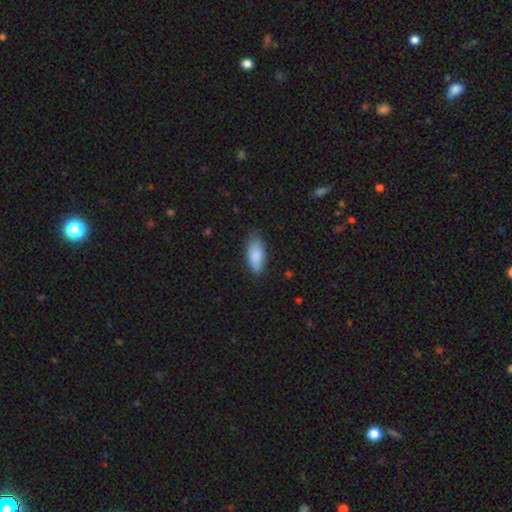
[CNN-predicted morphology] smooth-or-featured: smooth: 86% | featured or disk: 8% | star or artifact: 6%
  how-rounded: in between: 85% | cigar-shaped: 13% | round: 2%
  merging: none: 79% | minor disturbance: 17% | major disturbance: 3% | merger: 1%